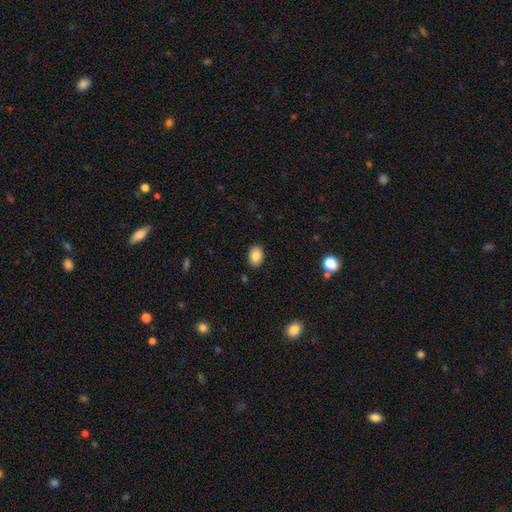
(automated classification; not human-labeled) smooth 86%, star or artifact 8%, featured or disk 6%. Down the decision tree: how rounded — in between (76%); merging — none (89%).